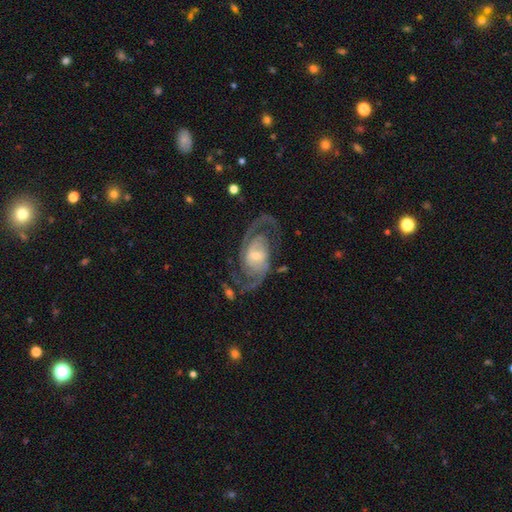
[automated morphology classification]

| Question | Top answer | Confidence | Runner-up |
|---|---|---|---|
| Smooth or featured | featured or disk | 91% | star or artifact (4%) |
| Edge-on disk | no | 97% | yes (3%) |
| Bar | no | 43% | tied: weak (43%) |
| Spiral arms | yes | 98% | no (2%) |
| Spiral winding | medium | 50% | tight (33%) |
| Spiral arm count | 2 | 86% | 3 (4%) |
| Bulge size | small | 51% | moderate (40%) |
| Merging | none | 71% | minor disturbance (15%) |